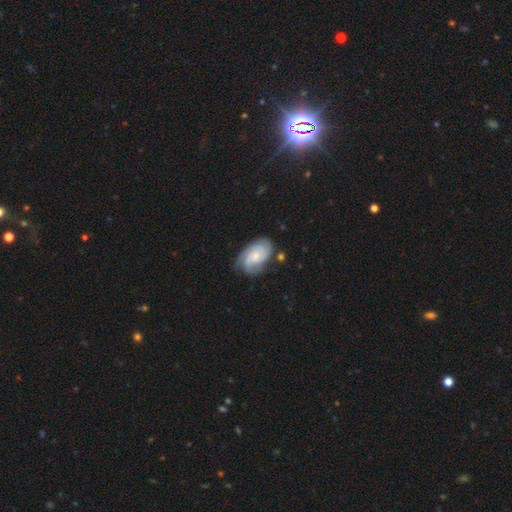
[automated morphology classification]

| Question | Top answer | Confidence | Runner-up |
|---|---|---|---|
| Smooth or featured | featured or disk | 76% | smooth (18%) |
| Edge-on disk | no | 97% | yes (3%) |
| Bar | no | 64% | weak (31%) |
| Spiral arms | yes | 96% | no (4%) |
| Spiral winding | tight | 55% | medium (36%) |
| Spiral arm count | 3 | 33% | 2 (32%) |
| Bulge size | small | 53% | moderate (35%) |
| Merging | none | 69% | minor disturbance (22%) |